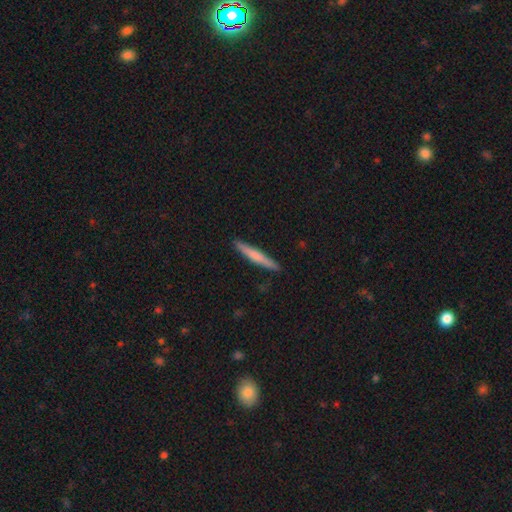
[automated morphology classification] smooth 64%, featured or disk 31%, star or artifact 5%. Down the decision tree: how rounded — cigar-shaped (96%); merging — none (91%).